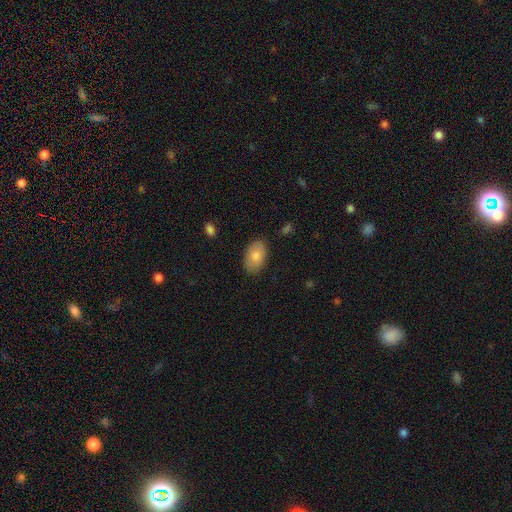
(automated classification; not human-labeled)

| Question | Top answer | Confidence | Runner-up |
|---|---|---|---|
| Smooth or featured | smooth | 77% | featured or disk (16%) |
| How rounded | in between | 92% | round (7%) |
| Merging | none | 85% | minor disturbance (12%) |